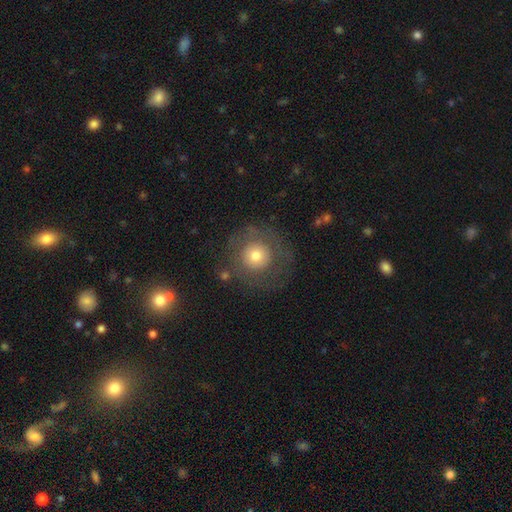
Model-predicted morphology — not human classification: This is likely a smooth galaxy (63%). How rounded: clearly round (94%). Merging: likely none (73%).